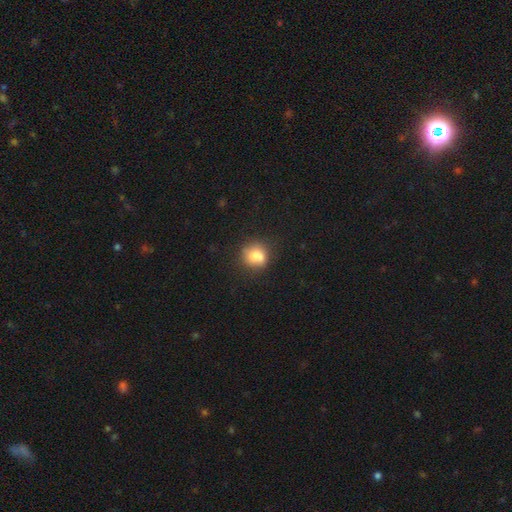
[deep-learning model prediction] Smooth or featured: smooth — 75% (featured or disk — 15%)
How rounded: round — 82% (in between — 17%)
Merging: none — 55% (merger — 20%)